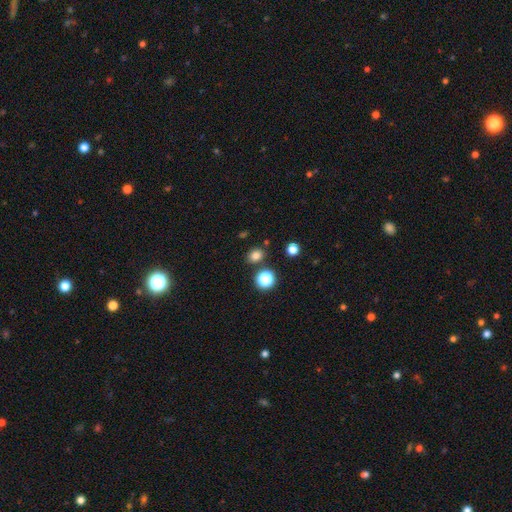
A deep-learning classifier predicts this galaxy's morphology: Overall: smooth (78%). How rounded: round (54%; in between 45%). Merging: none (82%).